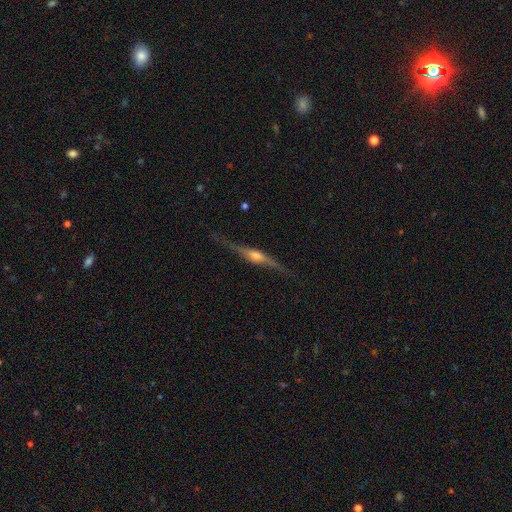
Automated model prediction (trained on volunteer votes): This appears to be a featured or disk galaxy (82%) viewed edge-on (95%) with a rounded central bulge (81%). Merging: none (80%).